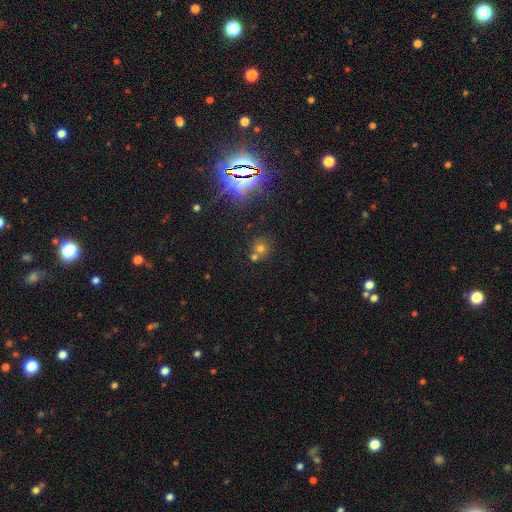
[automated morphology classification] Q: Smooth or featured?
A: star or artifact (56%); runner-up: smooth (33%)